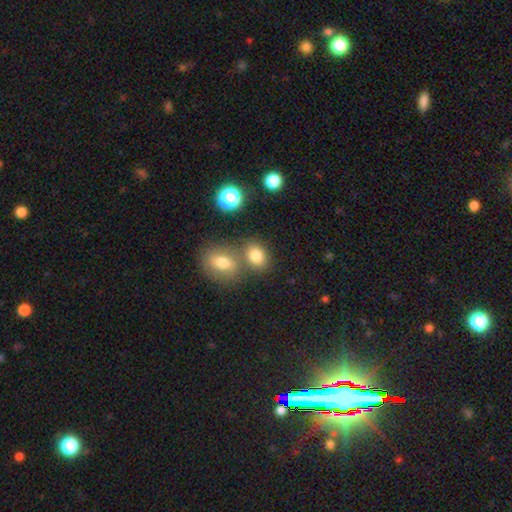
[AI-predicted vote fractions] This is likely a smooth galaxy (79%). How rounded: possibly in between (57%). Merging: possibly none (57%).